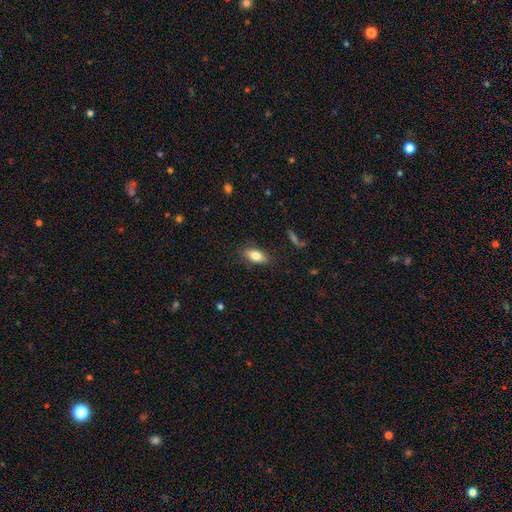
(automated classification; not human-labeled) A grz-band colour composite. It shows a smooth galaxy with no disk features (79%) that is in between round and cigar-shaped (87%). Merging: none (83%).